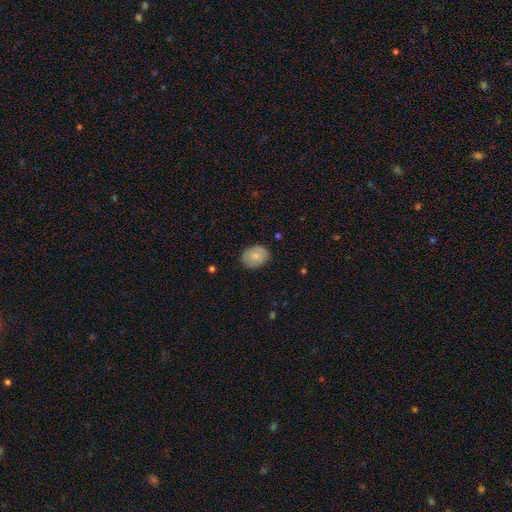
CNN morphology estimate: smooth-or-featured: smooth: 71% | featured or disk: 22% | star or artifact: 7%
  how-rounded: in between: 55% | round: 44% | cigar-shaped: 1%
  merging: none: 81% | minor disturbance: 15% | major disturbance: 3% | merger: 1%